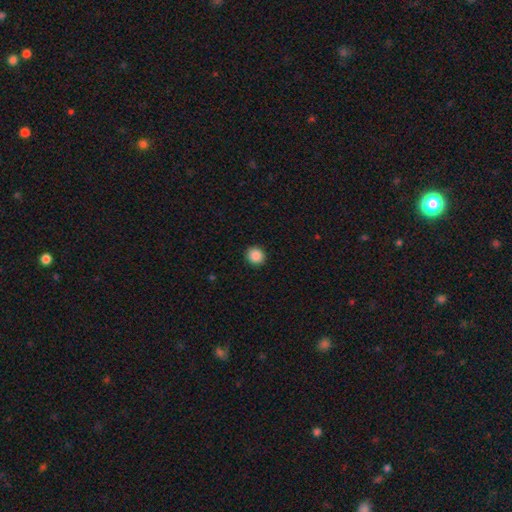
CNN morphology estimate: smooth_or_featured: smooth (p=0.88) [alt: star or artifact p=0.09]
how_rounded: round (p=0.89) [alt: in between p=0.10]
merging: none (p=0.91) [alt: minor disturbance p=0.06]